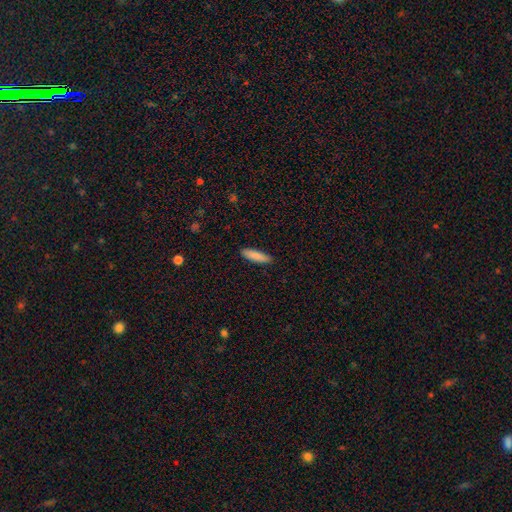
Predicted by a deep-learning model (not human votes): smooth_or_featured: smooth (p=0.87) [alt: featured or disk p=0.08]
how_rounded: cigar-shaped (p=0.70) [alt: in between p=0.29]
merging: none (p=0.89) [alt: minor disturbance p=0.08]